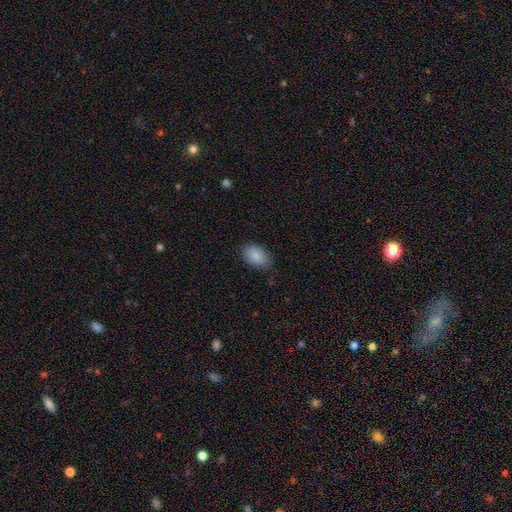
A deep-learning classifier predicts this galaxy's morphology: smooth 87%, star or artifact 7%, featured or disk 5%. Down the decision tree: how rounded — in between (87%); merging — none (81%).